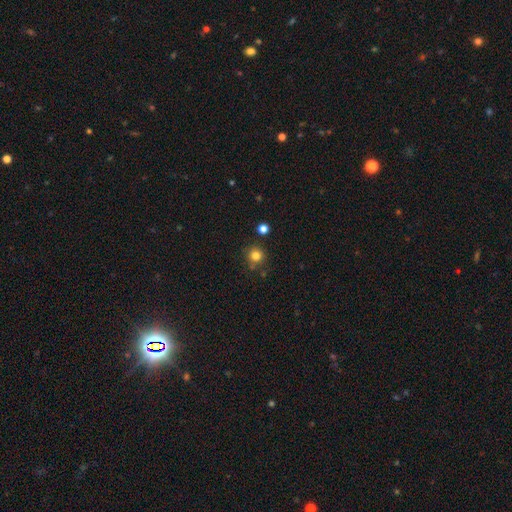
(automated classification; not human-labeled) This is clearly a smooth galaxy (81%). How rounded: clearly round (93%). Merging: clearly none (81%).